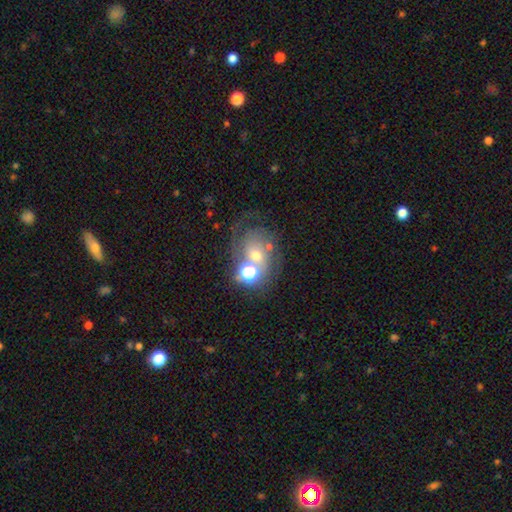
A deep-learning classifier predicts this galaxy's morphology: Overall: featured or disk (43%; smooth 34%). Merging: none (40%; merger 26%).